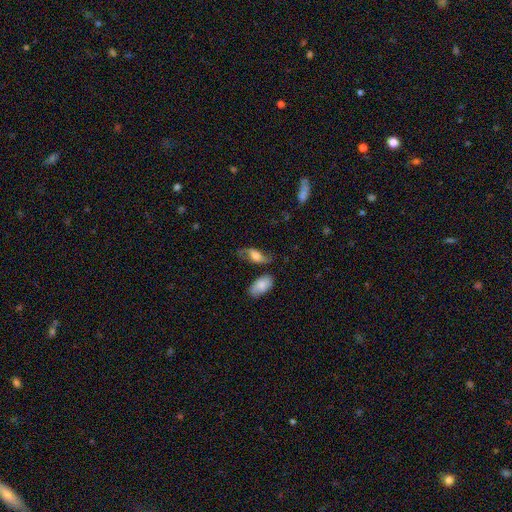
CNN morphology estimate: smooth 47%, featured or disk 45%, star or artifact 8%. Down the decision tree: merging — none (55%).